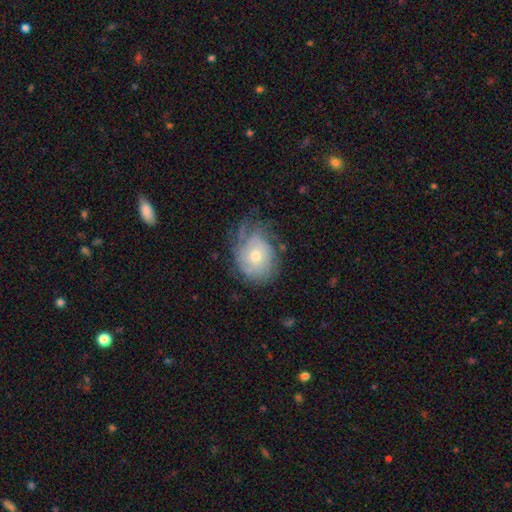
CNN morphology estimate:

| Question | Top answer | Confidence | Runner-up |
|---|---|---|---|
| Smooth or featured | featured or disk | 69% | smooth (23%) |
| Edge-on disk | no | 96% | yes (4%) |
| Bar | no | 81% | weak (17%) |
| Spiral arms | yes | 87% | no (13%) |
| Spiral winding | tight | 65% | medium (25%) |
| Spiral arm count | can't tell | 52% | 2 (14%) |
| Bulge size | moderate | 56% | small (39%) |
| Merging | none | 57% | minor disturbance (26%) |